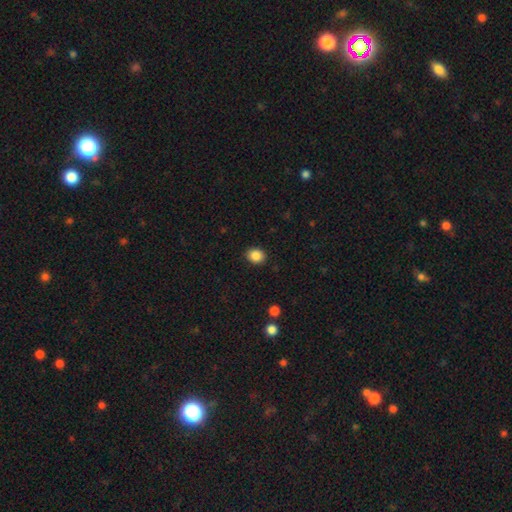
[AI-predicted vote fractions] Smooth or featured?
  - smooth: 87% *
  - star or artifact: 9%
  - featured or disk: 4%
How rounded?
  - round: 58% *
  - in between: 41%
  - cigar-shaped: 1%
Merging?
  - none: 90% *
  - minor disturbance: 7%
  - major disturbance: 2%
  - merger: 1%